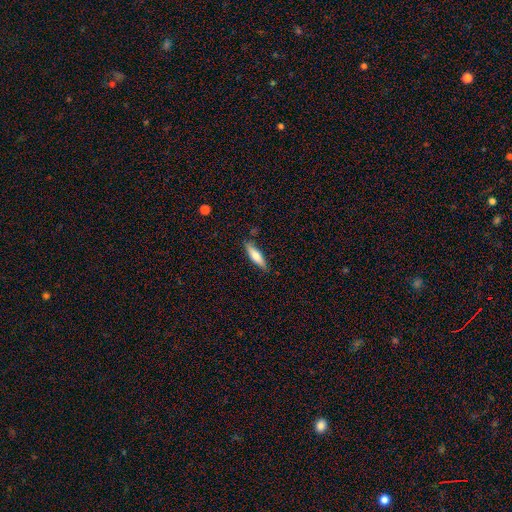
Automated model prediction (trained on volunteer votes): Q: Smooth or featured?
A: smooth (65%); runner-up: featured or disk (29%)
Q: How rounded?
A: cigar-shaped (70%); runner-up: in between (29%)
Q: Merging?
A: none (83%); runner-up: minor disturbance (13%)